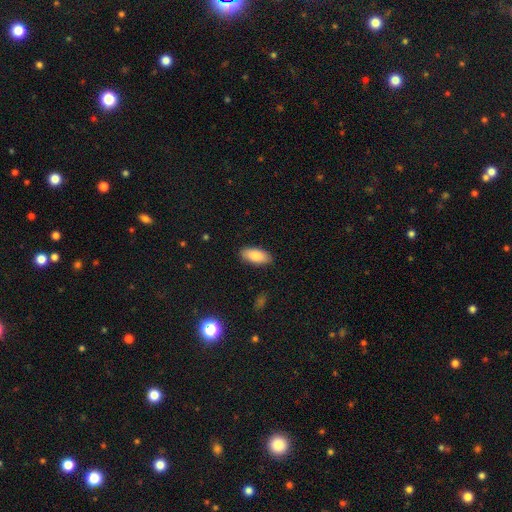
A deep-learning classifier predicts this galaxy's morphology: type=smooth (85%); roundness=in between (90%); merging=none (88%).